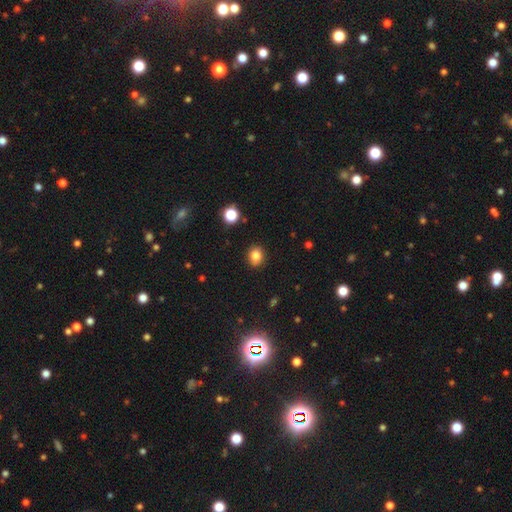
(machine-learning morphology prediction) smooth_or_featured: smooth (p=0.82) [alt: star or artifact p=0.12]
how_rounded: round (p=0.67) [alt: in between p=0.32]
merging: none (p=0.87) [alt: minor disturbance p=0.09]